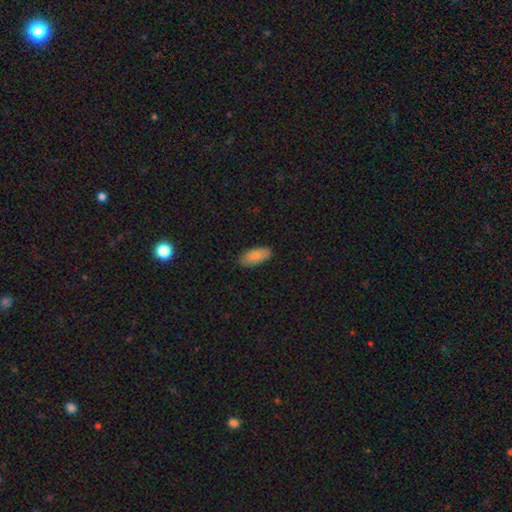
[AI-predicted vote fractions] This appears to be a smooth galaxy with no disk features (84%) that is in between round and cigar-shaped (89%). Merging: none (85%).